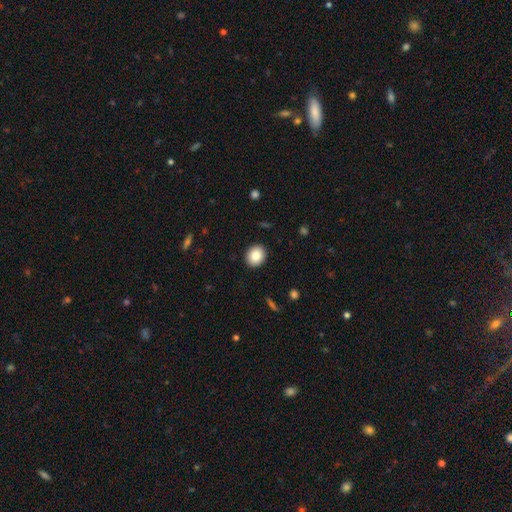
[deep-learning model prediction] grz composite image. It shows a smooth galaxy with no disk features (83%) that is round (69%). Merging: none (91%).